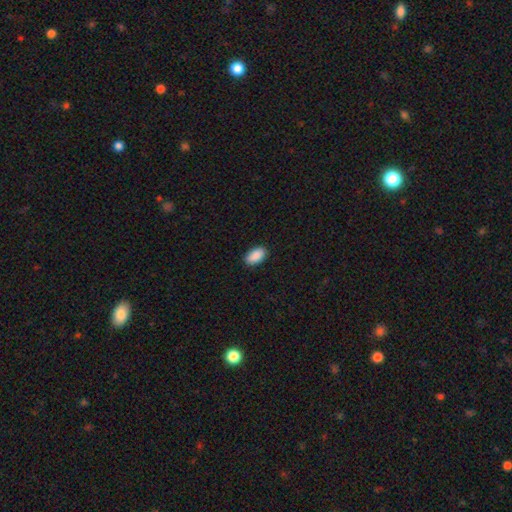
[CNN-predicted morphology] Smooth or featured? Predicted: smooth (p=0.91). How rounded? Predicted: in between (p=0.95). Merging? Predicted: none (p=0.90).